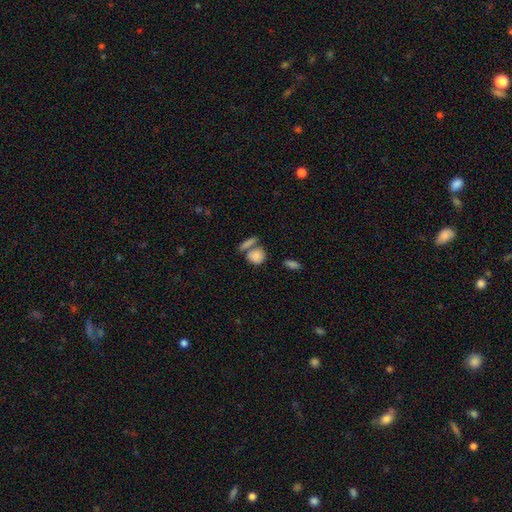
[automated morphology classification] Q: Smooth or featured?
A: smooth (82%); runner-up: featured or disk (9%)
Q: How rounded?
A: round (60%); runner-up: in between (34%)
Q: Merging?
A: none (52%); runner-up: merger (32%)